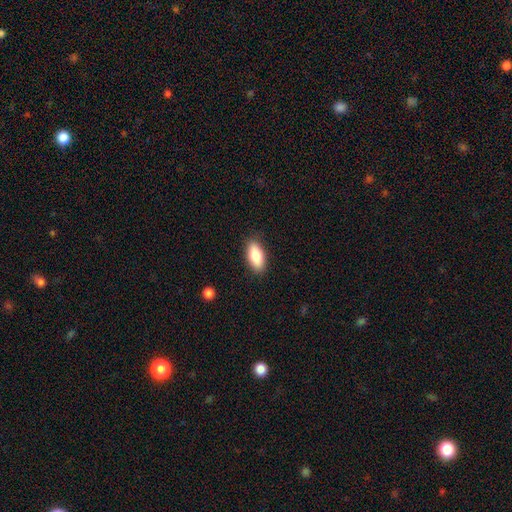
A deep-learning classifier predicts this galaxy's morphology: A smooth galaxy with no disk features (83%) that is in between round and cigar-shaped (86%).

Vote fractions:
- Smooth or featured? smooth: 83% / featured or disk: 11% / star or artifact: 7%
- How rounded? in between: 86% / cigar-shaped: 11% / round: 3%
- Merging? none: 88% / minor disturbance: 9% / major disturbance: 2% / merger: 1%